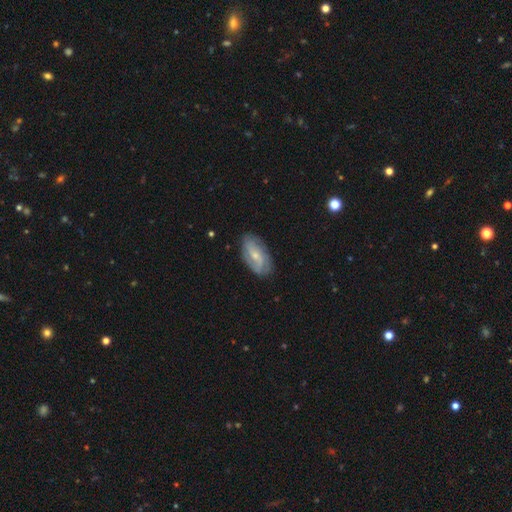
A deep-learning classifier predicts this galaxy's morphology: Q: Smooth or featured?
A: featured or disk (68%); runner-up: smooth (25%)
Q: Edge-on disk?
A: no (94%); runner-up: yes (6%)
Q: Bar?
A: no (44%); runner-up: weak (43%)
Q: Spiral arms?
A: yes (88%); runner-up: no (12%)
Q: Spiral winding?
A: medium (41%); runner-up: tight (35%)
Q: Spiral arm count?
A: 2 (52%); runner-up: can't tell (27%)
Q: Bulge size?
A: small (62%); runner-up: moderate (33%)
Q: Merging?
A: none (78%); runner-up: minor disturbance (17%)